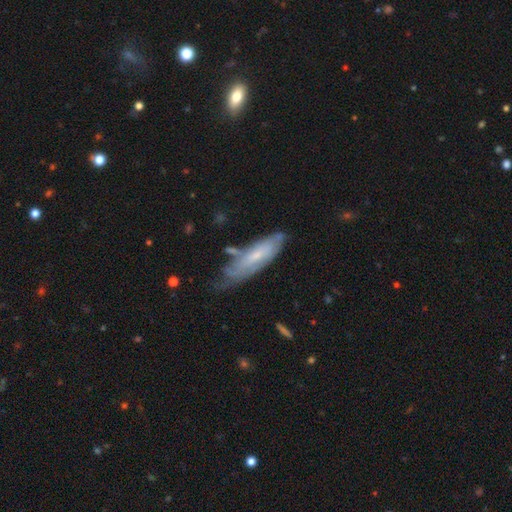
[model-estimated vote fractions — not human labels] Smooth or featured: featured or disk — 54% (smooth — 39%)
Edge-on disk: no — 68% (yes — 32%)
Merging: none — 48% (minor disturbance — 34%)